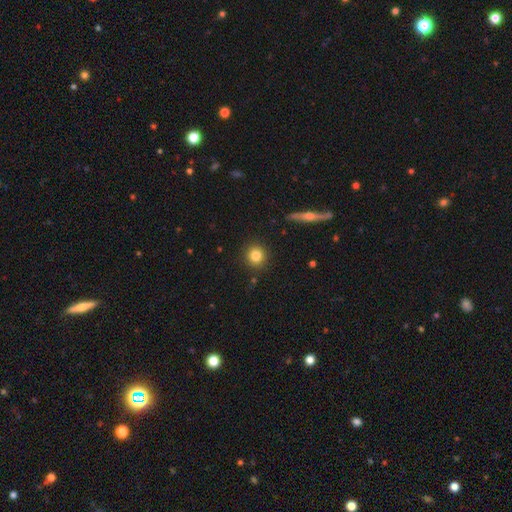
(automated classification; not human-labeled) This is clearly a smooth galaxy (82%). How rounded: clearly round (92%). Merging: clearly none (90%).